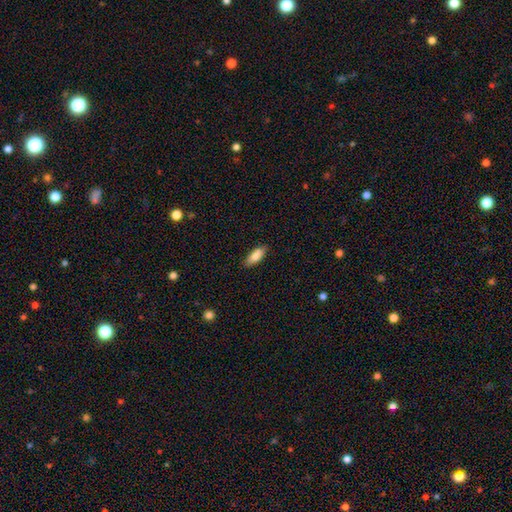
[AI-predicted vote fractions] Smooth or featured: smooth — 83% (featured or disk — 11%)
How rounded: in between — 74% (cigar-shaped — 24%)
Merging: none — 86% (minor disturbance — 11%)